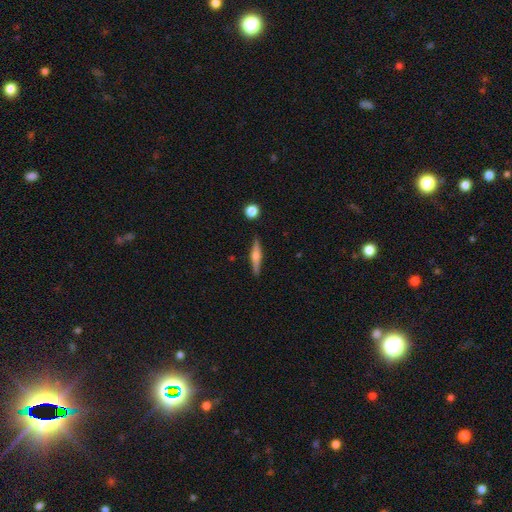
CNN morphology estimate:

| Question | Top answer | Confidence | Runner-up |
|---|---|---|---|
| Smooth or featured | featured or disk | 60% | smooth (34%) |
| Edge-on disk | yes | 97% | no (3%) |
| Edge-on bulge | rounded | 87% | boxy (8%) |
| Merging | none | 89% | minor disturbance (8%) |